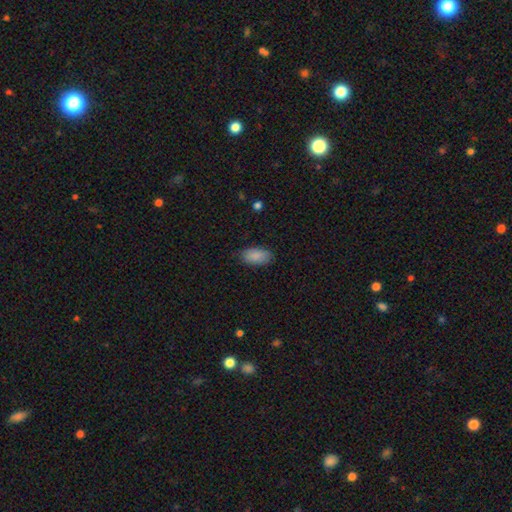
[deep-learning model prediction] Smooth or featured: smooth — 89% (star or artifact — 7%)
How rounded: in between — 93% (cigar-shaped — 4%)
Merging: none — 84% (minor disturbance — 13%)